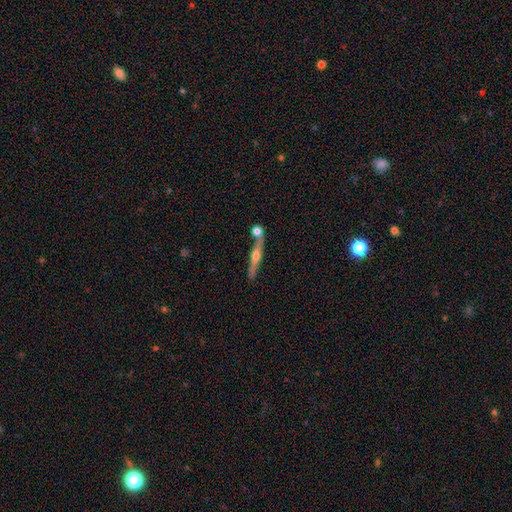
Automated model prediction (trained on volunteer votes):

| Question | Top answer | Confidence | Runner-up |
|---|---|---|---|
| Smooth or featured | featured or disk | 71% | smooth (22%) |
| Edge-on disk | yes | 96% | no (4%) |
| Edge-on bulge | rounded | 91% | none (5%) |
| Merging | none | 72% | merger (16%) |